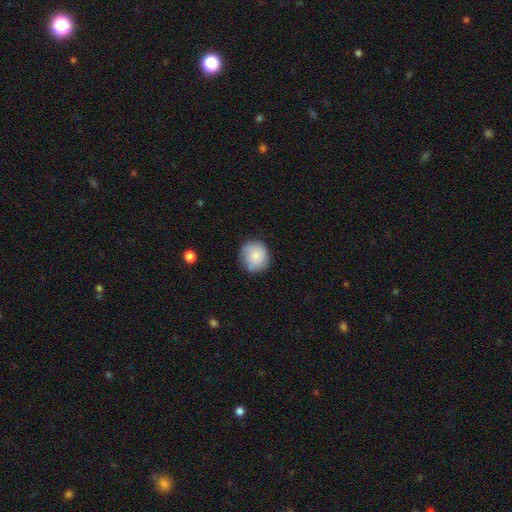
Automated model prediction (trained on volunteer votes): Smooth or featured? Predicted: smooth (p=0.69). How rounded? Predicted: round (p=0.85). Merging? Predicted: none (p=0.77).